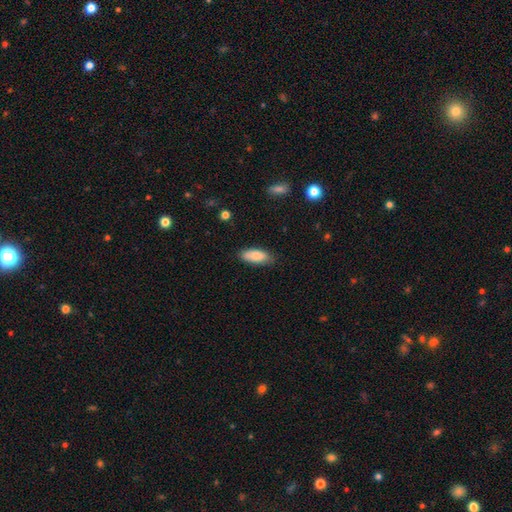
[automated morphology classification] Q: Smooth or featured?
A: smooth (86%); runner-up: featured or disk (8%)
Q: How rounded?
A: in between (79%); runner-up: cigar-shaped (19%)
Q: Merging?
A: none (82%); runner-up: minor disturbance (14%)